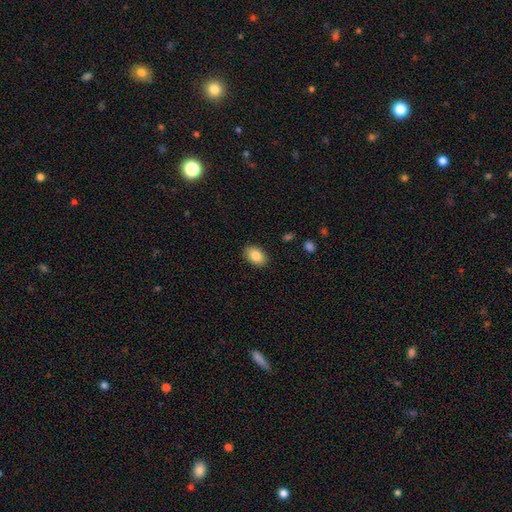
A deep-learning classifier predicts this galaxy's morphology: Smooth or featured? Predicted: smooth (p=0.86). How rounded? Predicted: in between (p=0.86). Merging? Predicted: none (p=0.89).